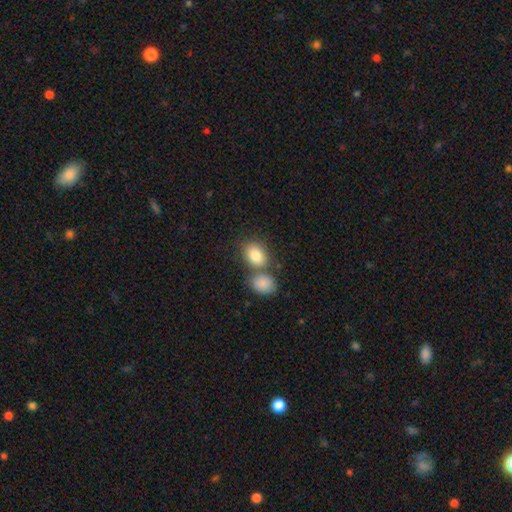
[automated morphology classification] Q: Smooth or featured?
A: smooth (85%); runner-up: featured or disk (8%)
Q: How rounded?
A: in between (72%); runner-up: round (27%)
Q: Merging?
A: none (49%); runner-up: merger (35%)